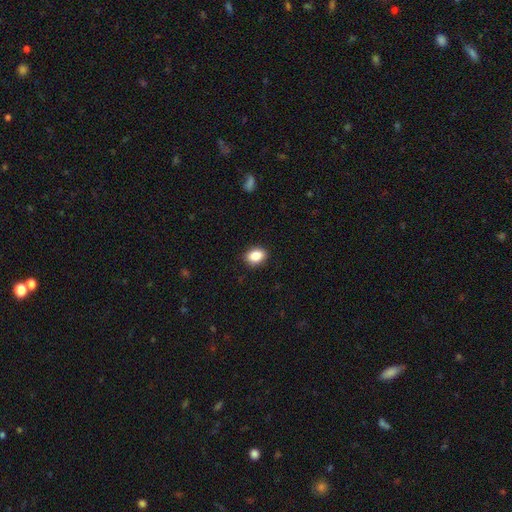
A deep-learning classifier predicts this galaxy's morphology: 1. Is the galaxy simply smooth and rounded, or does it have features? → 88% smooth, 8% star or artifact, 4% featured or disk.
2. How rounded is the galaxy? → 74% in between, 24% round, 1% cigar-shaped.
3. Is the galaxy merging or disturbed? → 89% none, 8% minor disturbance, 2% major disturbance, 1% merger.